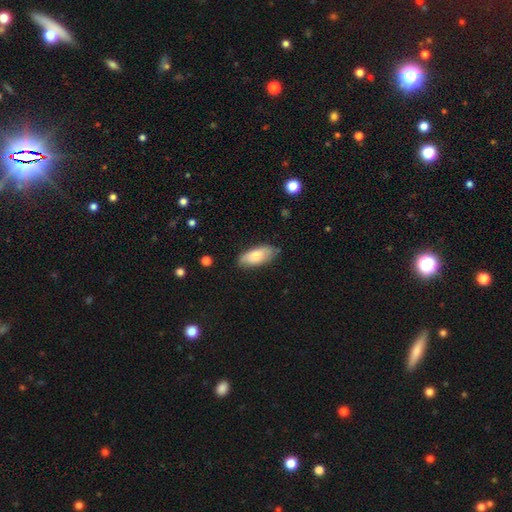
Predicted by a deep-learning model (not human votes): Smooth or featured? Predicted: smooth (p=0.76). How rounded? Predicted: in between (p=0.85). Merging? Predicted: none (p=0.74).